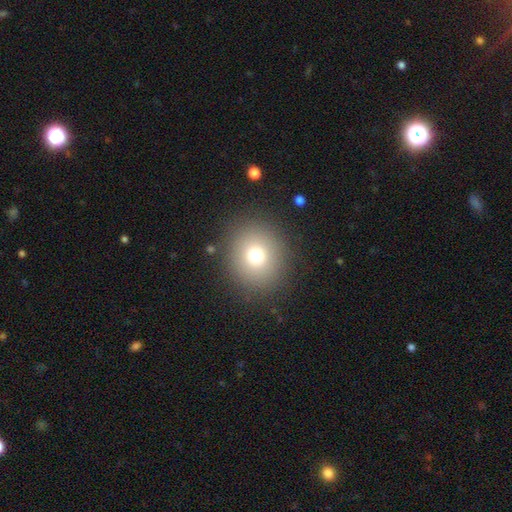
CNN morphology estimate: smooth-or-featured: smooth: 73% | star or artifact: 15% | featured or disk: 11%
  how-rounded: round: 83% | in between: 16% | cigar-shaped: 1%
  merging: none: 88% | minor disturbance: 7% | major disturbance: 4% | merger: 1%